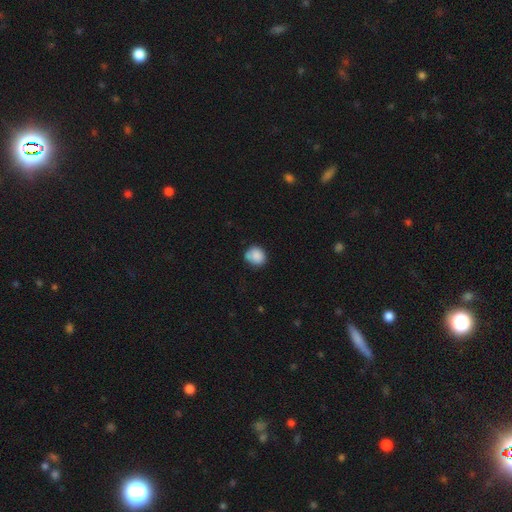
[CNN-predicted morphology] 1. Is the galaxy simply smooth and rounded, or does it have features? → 85% smooth, 9% star or artifact, 7% featured or disk.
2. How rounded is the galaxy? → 76% round, 23% in between, 1% cigar-shaped.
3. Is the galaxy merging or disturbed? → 65% none, 24% minor disturbance, 6% merger, 5% major disturbance.